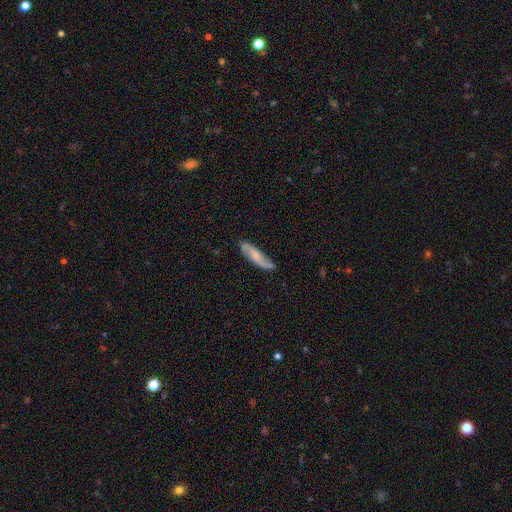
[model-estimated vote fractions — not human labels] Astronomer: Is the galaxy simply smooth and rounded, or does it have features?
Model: featured or disk — 51% (runner-up: smooth, 42%).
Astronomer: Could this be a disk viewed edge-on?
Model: no — 74%.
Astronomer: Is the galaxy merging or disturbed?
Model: none — 71%.